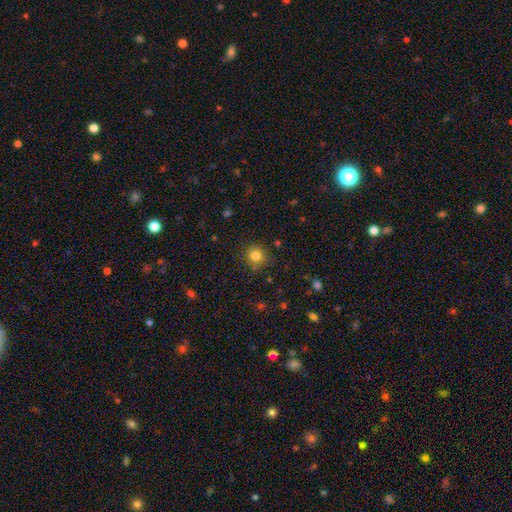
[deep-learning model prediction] This appears to be a smooth galaxy with no disk features (81%) that is round (90%). Merging: none (83%).